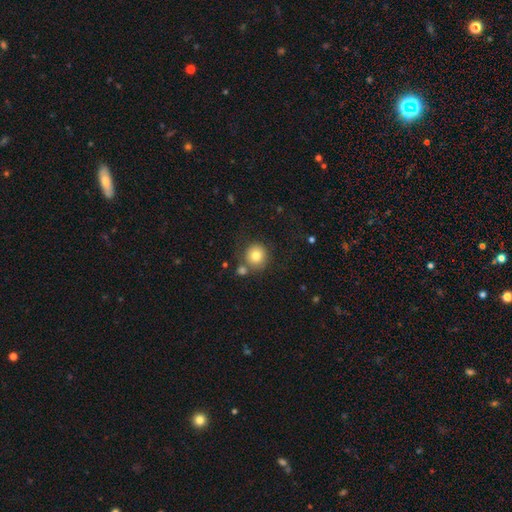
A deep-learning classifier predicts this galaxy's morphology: A smooth galaxy with no disk features (80%) that is round (92%).

Vote fractions:
- Smooth or featured? smooth: 80% / star or artifact: 10% / featured or disk: 10%
- How rounded? round: 92% / in between: 7% / cigar-shaped: 1%
- Merging? none: 70% / merger: 15% / minor disturbance: 11% / major disturbance: 5%